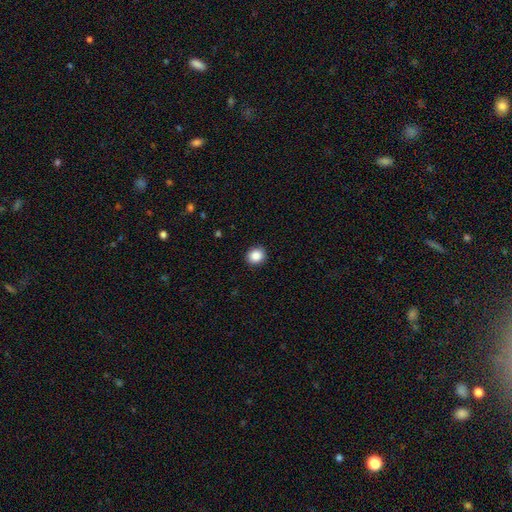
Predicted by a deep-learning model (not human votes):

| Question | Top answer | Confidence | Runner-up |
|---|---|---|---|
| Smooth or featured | smooth | 87% | star or artifact (9%) |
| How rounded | round | 81% | in between (18%) |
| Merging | none | 92% | minor disturbance (5%) |